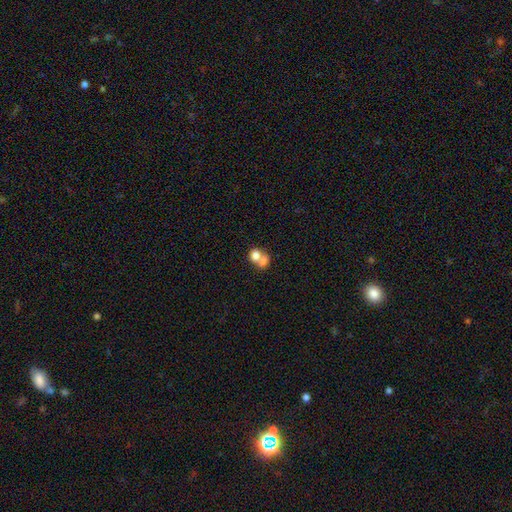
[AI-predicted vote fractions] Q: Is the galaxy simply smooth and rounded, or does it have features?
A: smooth — 74%.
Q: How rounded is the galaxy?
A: round — 59%.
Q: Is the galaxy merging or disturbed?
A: merger — 64%.